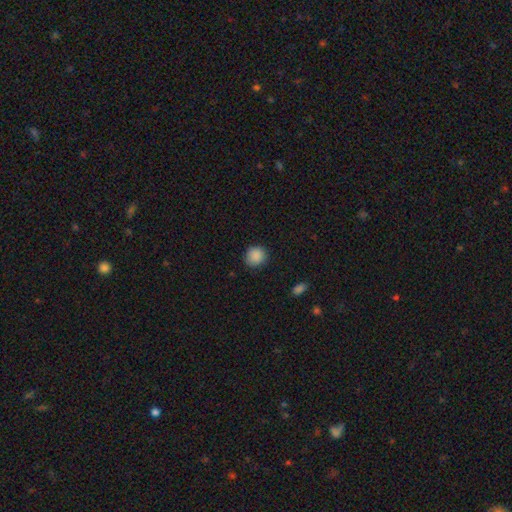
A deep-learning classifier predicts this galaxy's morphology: smooth 88%, star or artifact 9%, featured or disk 3%. Down the decision tree: how rounded — round (89%); merging — none (89%).